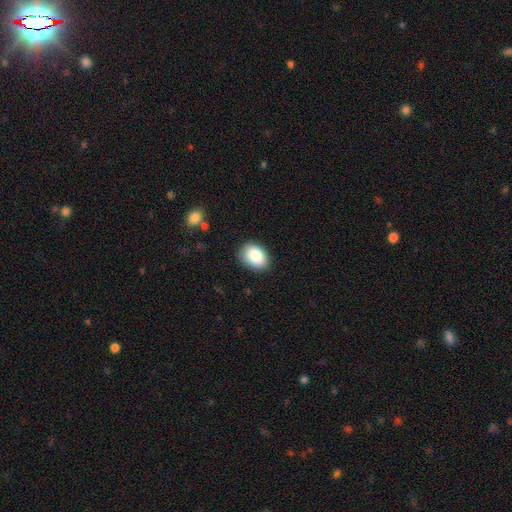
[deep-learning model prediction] This appears to be a smooth galaxy with no disk features (86%) that is in between round and cigar-shaped (80%). Merging: none (85%).